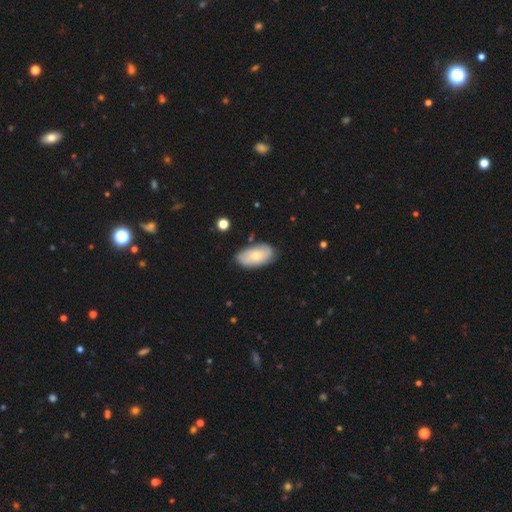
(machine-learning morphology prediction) smooth_or_featured: smooth (p=0.64) [alt: featured or disk p=0.30]
how_rounded: in between (p=0.94) [alt: round p=0.04]
merging: none (p=0.76) [alt: minor disturbance p=0.18]